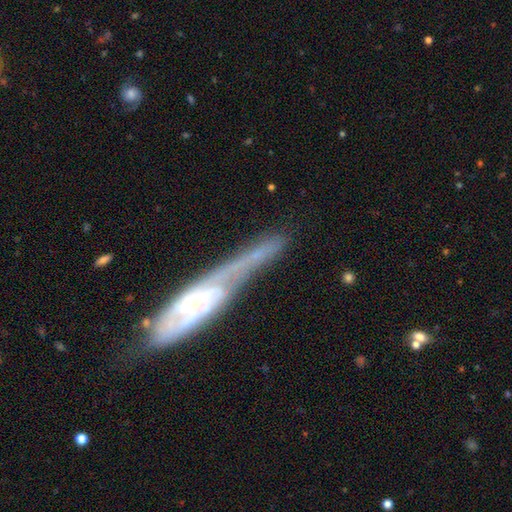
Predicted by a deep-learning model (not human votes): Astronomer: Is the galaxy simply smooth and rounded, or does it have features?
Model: featured or disk — 74%.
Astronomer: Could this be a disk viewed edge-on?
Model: no — 55% (runner-up: yes, 45%).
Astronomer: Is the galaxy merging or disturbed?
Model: none — 50%.